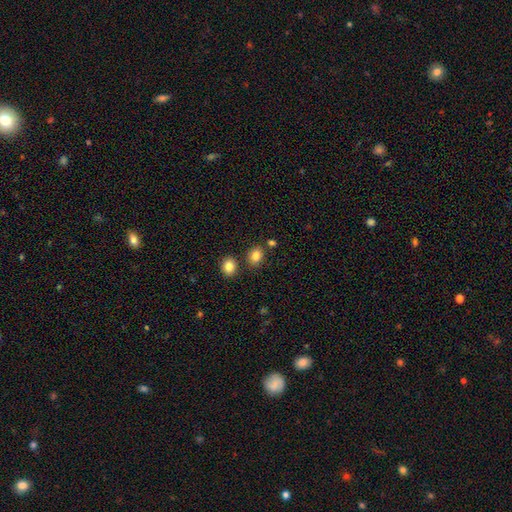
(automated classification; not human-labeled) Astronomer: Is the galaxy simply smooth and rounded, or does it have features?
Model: smooth — 84%.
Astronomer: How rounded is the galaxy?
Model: round — 52% (runner-up: in between, 47%).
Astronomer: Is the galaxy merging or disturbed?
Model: none — 77%.